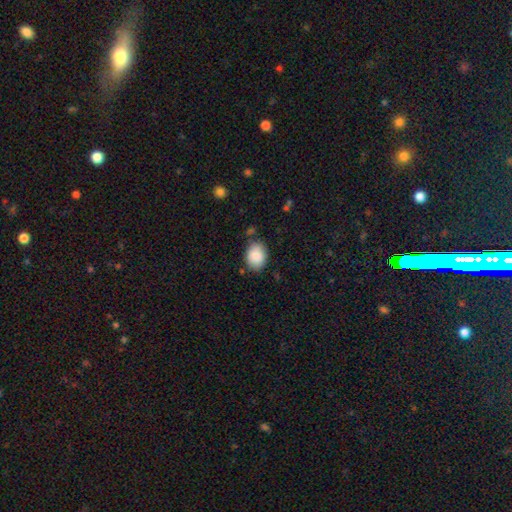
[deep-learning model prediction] The model was most divided on "how rounded": in between: 71%, round: 28%, cigar-shaped: 1%. More confident: smooth or featured — smooth (87%); merging — none (77%).